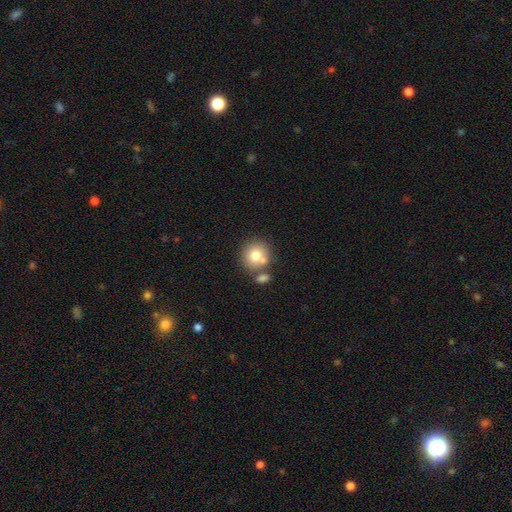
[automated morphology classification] Overall: smooth (77%). How rounded: round (87%). Merging: none (61%; merger 25%).